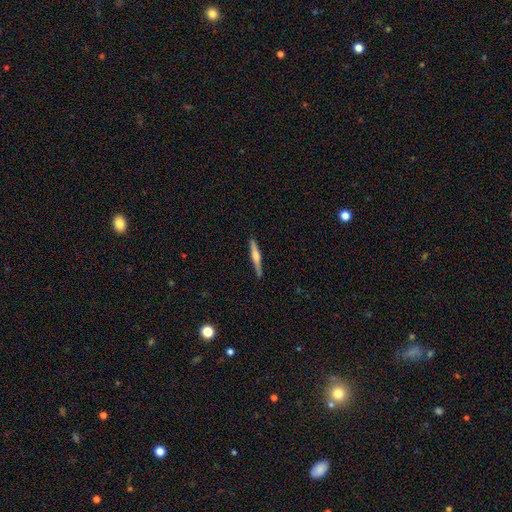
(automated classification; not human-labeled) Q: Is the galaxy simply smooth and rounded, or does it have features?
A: featured or disk — 58%.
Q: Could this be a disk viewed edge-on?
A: yes — 97%.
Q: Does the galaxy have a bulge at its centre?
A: rounded — 83%.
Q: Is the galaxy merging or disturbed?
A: none — 89%.